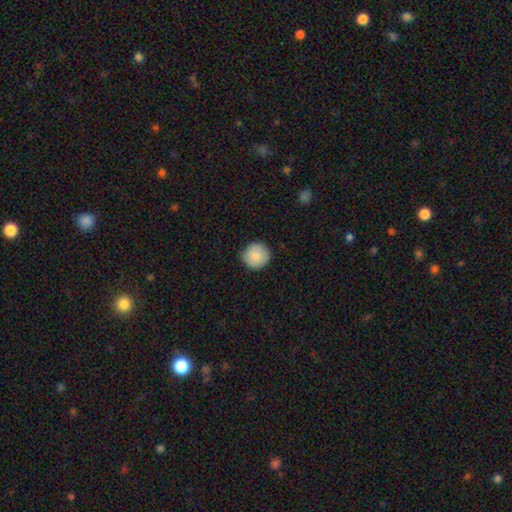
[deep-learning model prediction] This appears to be a smooth galaxy with no disk features (85%) that is round (94%). Merging: none (86%).